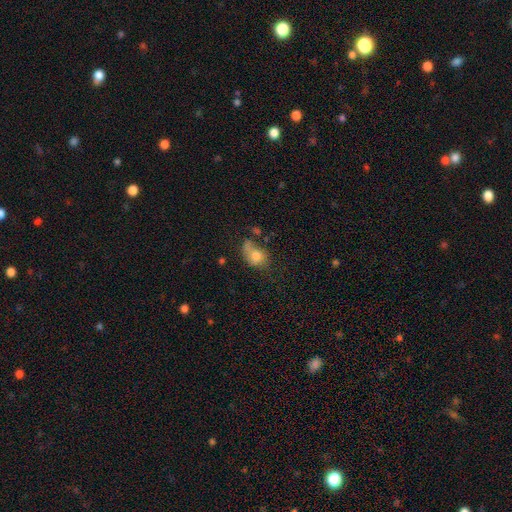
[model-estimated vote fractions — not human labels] smooth 68%, featured or disk 22%, star or artifact 10%. Down the decision tree: how rounded — in between (65%); merging — none (39%).